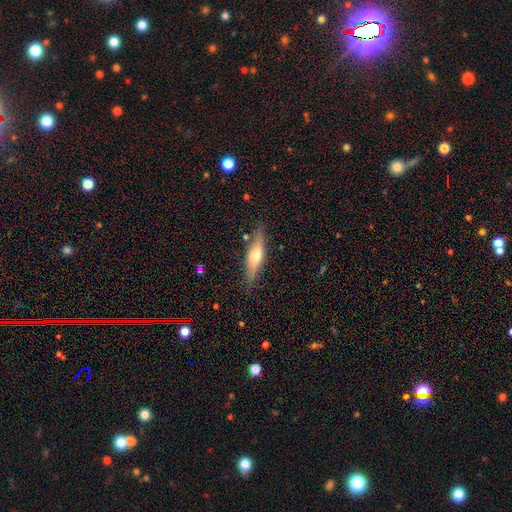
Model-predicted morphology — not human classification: A featured or disk galaxy (50%).

Vote fractions:
- Smooth or featured? featured or disk: 50% / smooth: 44% / star or artifact: 6%
- Merging? none: 81% / minor disturbance: 13% / major disturbance: 3% / merger: 2%